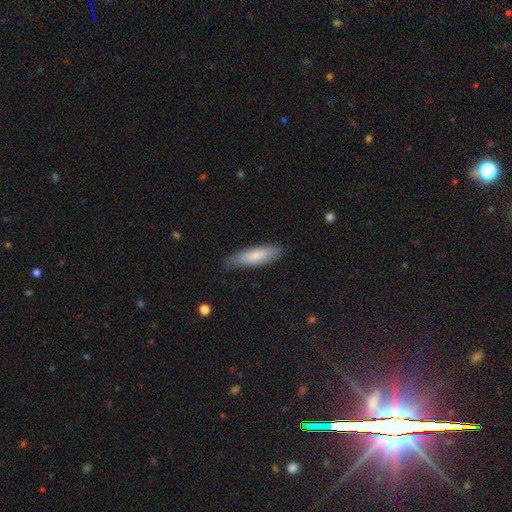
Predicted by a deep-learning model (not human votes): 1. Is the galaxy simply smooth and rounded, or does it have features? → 78% smooth, 16% featured or disk, 5% star or artifact.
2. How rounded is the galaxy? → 54% cigar-shaped, 45% in between, 1% round.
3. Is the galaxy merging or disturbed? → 80% none, 17% minor disturbance, 3% major disturbance, 1% merger.